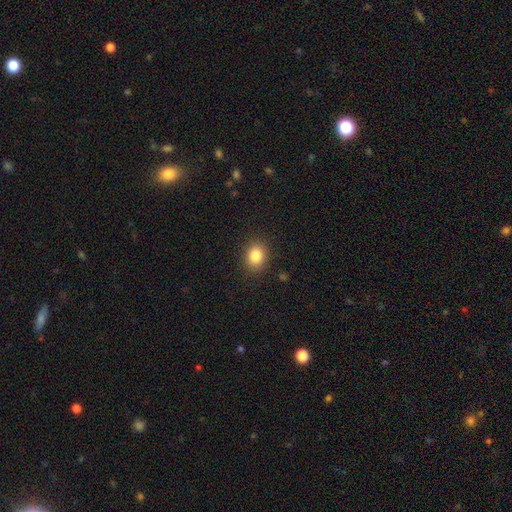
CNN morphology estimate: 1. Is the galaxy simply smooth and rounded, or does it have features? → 84% smooth, 10% star or artifact, 6% featured or disk.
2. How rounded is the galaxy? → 57% round, 42% in between, 1% cigar-shaped.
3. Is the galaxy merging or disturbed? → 88% none, 8% minor disturbance, 3% major disturbance, 1% merger.